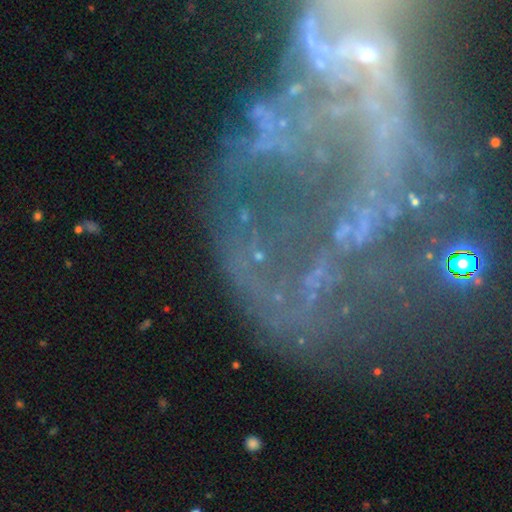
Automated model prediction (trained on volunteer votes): Overall: featured or disk (59%; star or artifact 28%). Edge-on disk: no (92%). Bar: no (54%; strong 23%). Spiral arms: yes (58%; no 42%). Bulge size: none (32%, tied with small). Merging: none (58%; major disturbance 20%).